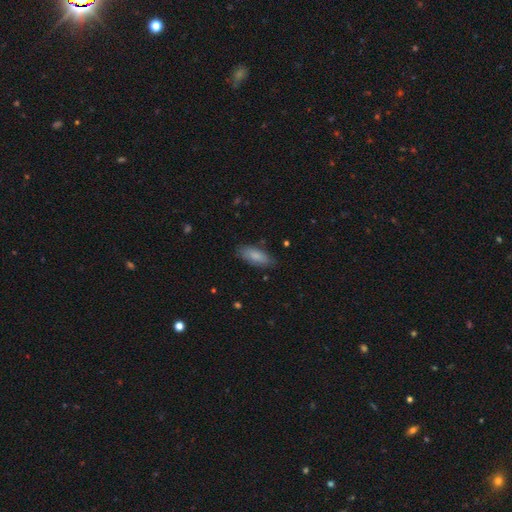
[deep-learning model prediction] Q: Smooth or featured?
A: smooth (82%); runner-up: featured or disk (12%)
Q: How rounded?
A: in between (78%); runner-up: cigar-shaped (20%)
Q: Merging?
A: none (79%); runner-up: minor disturbance (16%)